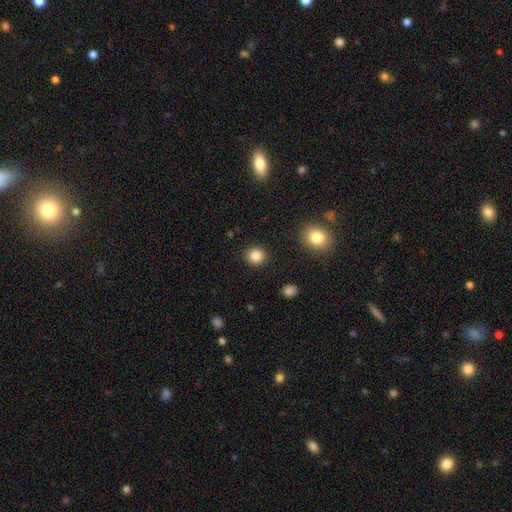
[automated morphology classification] This appears to be a smooth galaxy with no disk features (85%) that is round (86%). Merging: none (91%).